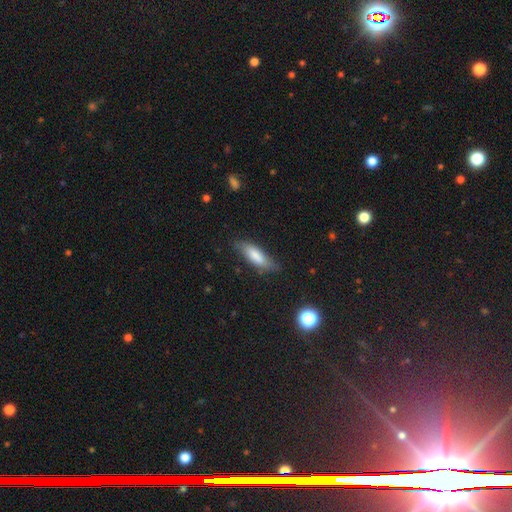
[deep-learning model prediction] Smooth or featured? Predicted: smooth (p=0.77). How rounded? Predicted: cigar-shaped (p=0.49, tied with in between). Merging? Predicted: none (p=0.74).